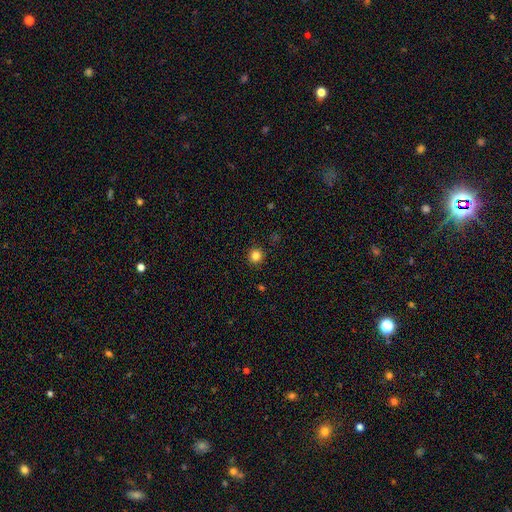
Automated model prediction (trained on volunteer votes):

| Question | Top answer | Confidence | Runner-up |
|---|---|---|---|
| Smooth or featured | smooth | 83% | star or artifact (13%) |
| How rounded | round | 93% | in between (6%) |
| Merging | none | 92% | minor disturbance (5%) |